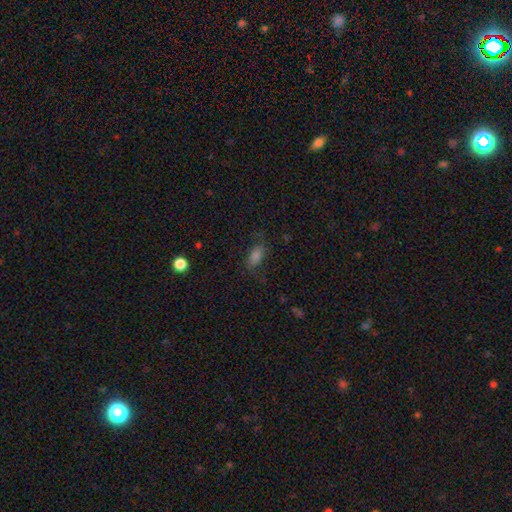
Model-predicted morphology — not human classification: This is likely a smooth galaxy (72%). How rounded: clearly in between (84%). Merging: likely none (69%).